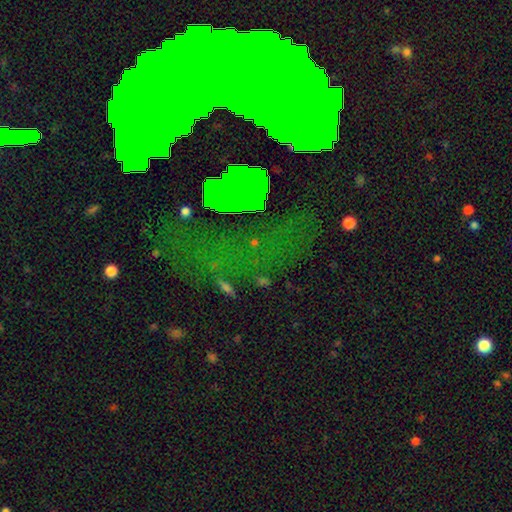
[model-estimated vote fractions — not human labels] smooth_or_featured: star or artifact (p=0.60) [alt: featured or disk p=0.23]